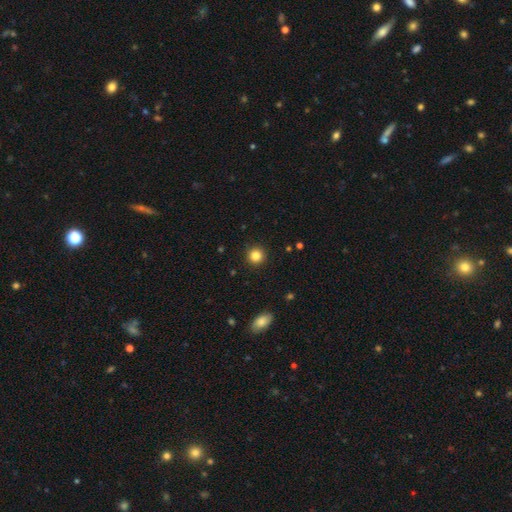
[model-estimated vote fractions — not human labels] A smooth galaxy with no disk features (83%) that is round (94%).

Vote fractions:
- Smooth or featured? smooth: 83% / star or artifact: 11% / featured or disk: 5%
- How rounded? round: 94% / in between: 5% / cigar-shaped: 1%
- Merging? none: 92% / minor disturbance: 5% / major disturbance: 2% / merger: 1%